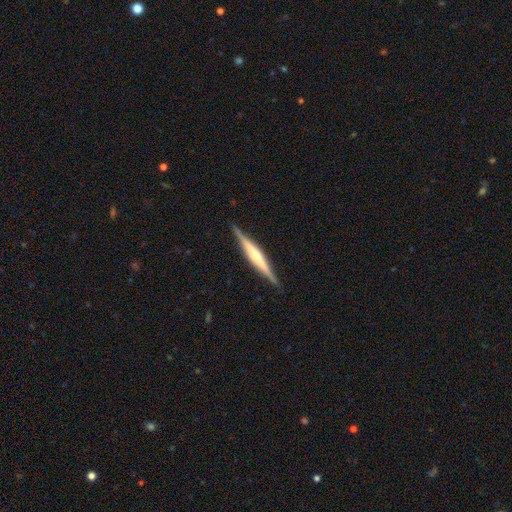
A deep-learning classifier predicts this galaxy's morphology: featured or disk 76%, smooth 19%, star or artifact 5%. Down the decision tree: edge-on disk — yes (98%); edge-on bulge — rounded (67%); merging — none (89%).